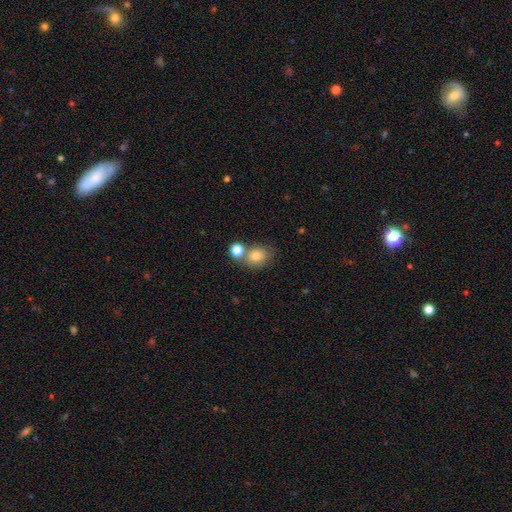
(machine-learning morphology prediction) Q: Smooth or featured?
A: smooth (80%); runner-up: star or artifact (11%)
Q: How rounded?
A: in between (57%); runner-up: round (41%)
Q: Merging?
A: none (58%); runner-up: merger (25%)